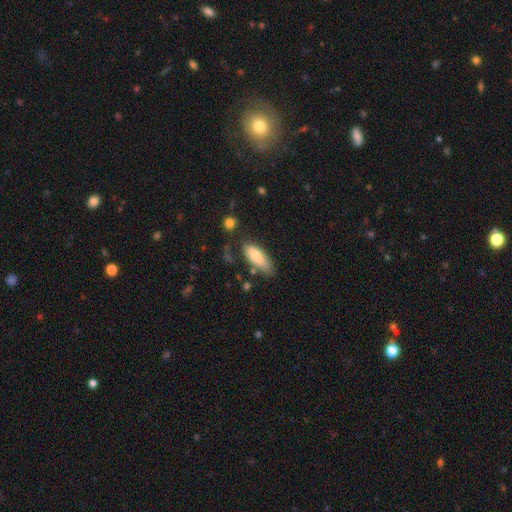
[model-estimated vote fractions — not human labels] Q: Smooth or featured?
A: smooth (77%); runner-up: featured or disk (17%)
Q: How rounded?
A: in between (71%); runner-up: cigar-shaped (27%)
Q: Merging?
A: none (66%); runner-up: minor disturbance (24%)